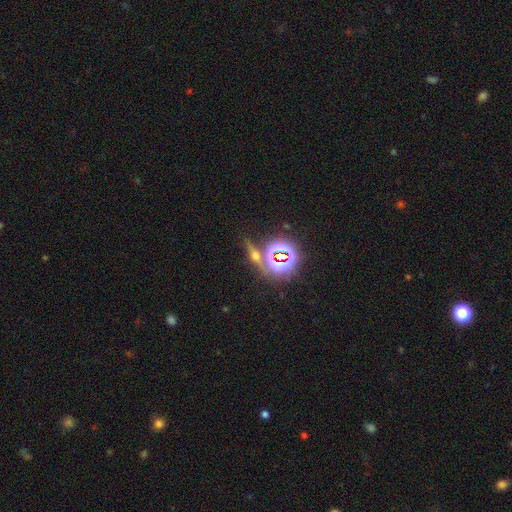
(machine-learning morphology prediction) smooth-or-featured: star or artifact: 41% | featured or disk: 34% | smooth: 24%